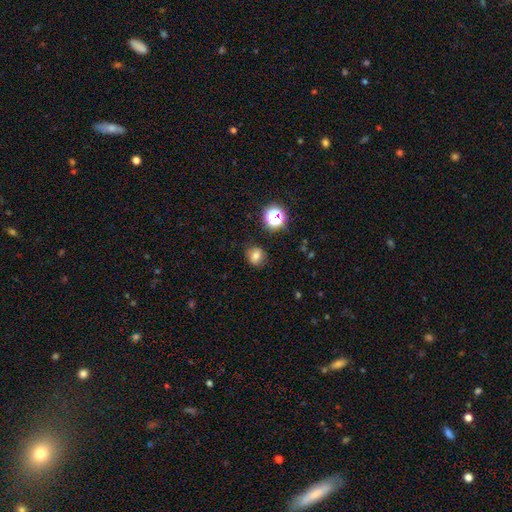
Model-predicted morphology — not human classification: Overall: smooth (76%). How rounded: round (76%). Merging: none (85%).